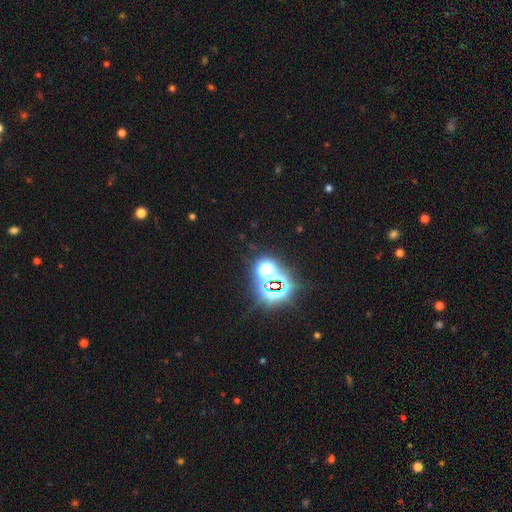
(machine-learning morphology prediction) This appears to be a star or artifact, not a galaxy (79%).